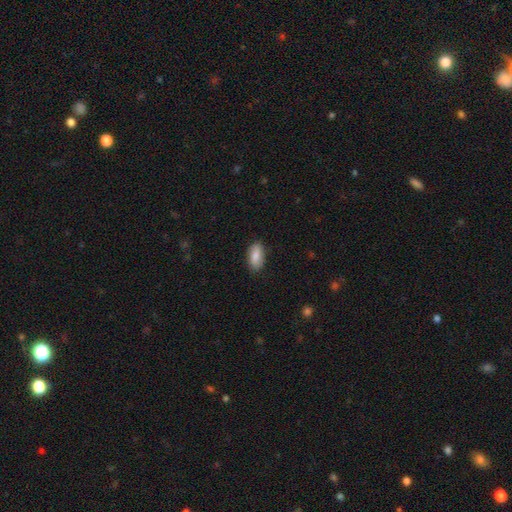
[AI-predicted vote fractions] Smooth or featured? Predicted: smooth (p=0.84). How rounded? Predicted: in between (p=0.91). Merging? Predicted: none (p=0.85).